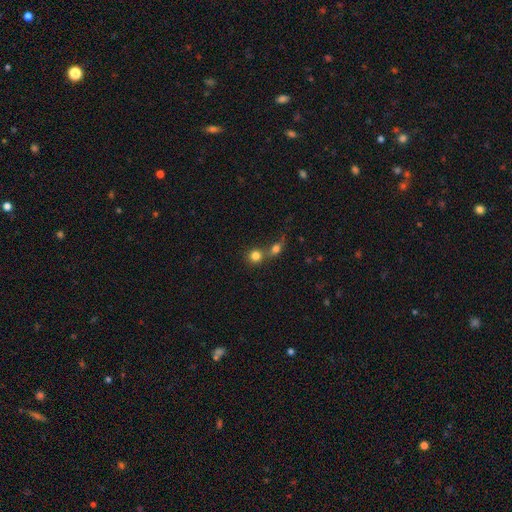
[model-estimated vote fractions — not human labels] smooth 81%, star or artifact 11%, featured or disk 8%. Down the decision tree: how rounded — round (86%); merging — merger (49%).